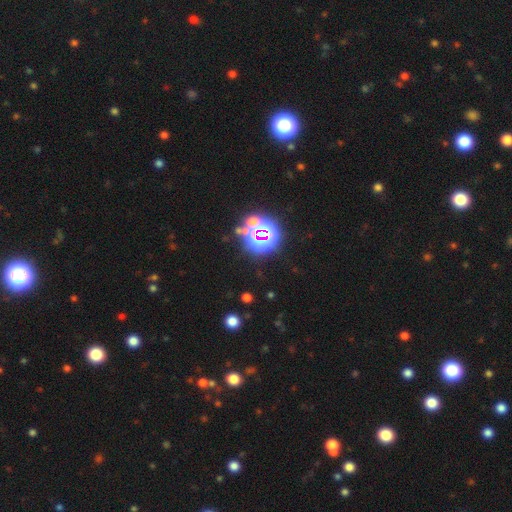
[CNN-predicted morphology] Smooth or featured?
  - star or artifact: 83% *
  - smooth: 11%
  - featured or disk: 7%